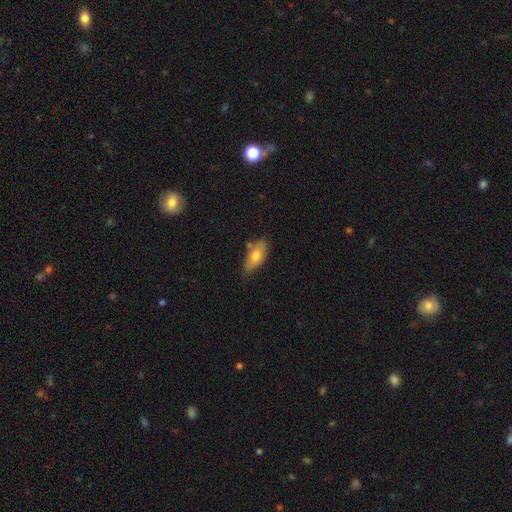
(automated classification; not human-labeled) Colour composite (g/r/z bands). It shows a smooth galaxy with no disk features (71%) that is in between round and cigar-shaped (86%). Merging: none (61%).